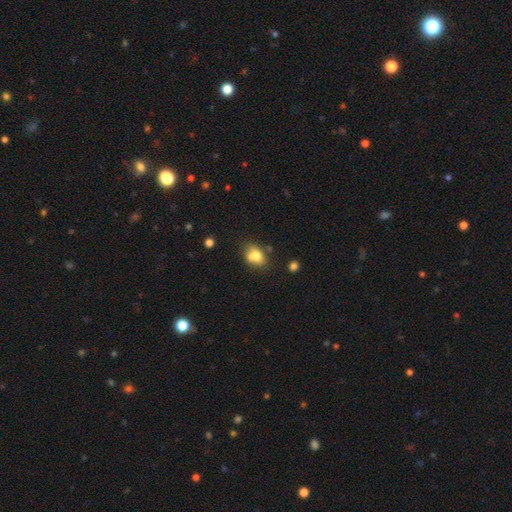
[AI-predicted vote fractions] smooth_or_featured: smooth (p=0.73) [alt: featured or disk p=0.17]
how_rounded: in between (p=0.65) [alt: round p=0.34]
merging: none (p=0.46) [alt: merger p=0.29]